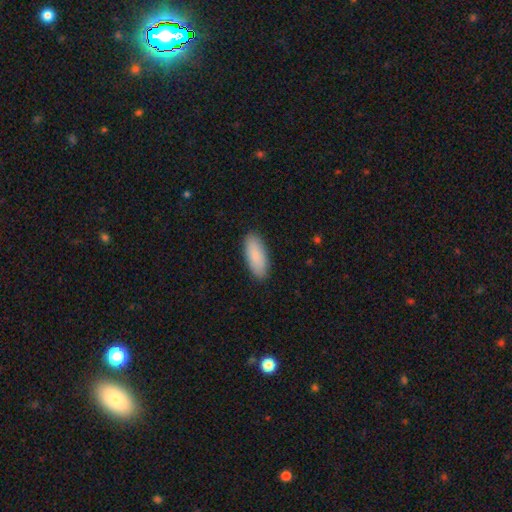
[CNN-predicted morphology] This appears to be a smooth galaxy with no disk features (86%) that is in between round and cigar-shaped (81%). Merging: none (89%).